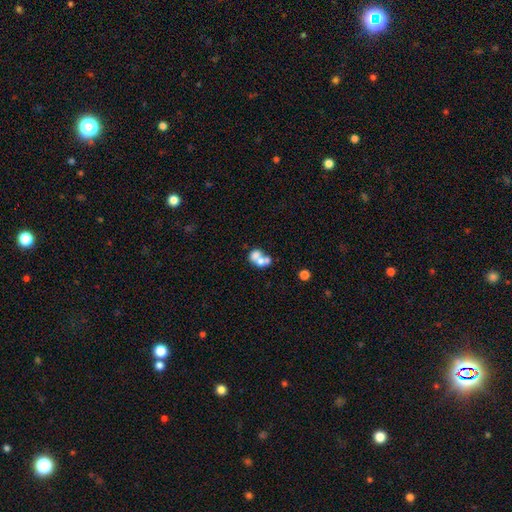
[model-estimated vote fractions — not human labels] The model was most divided on "how rounded": in between: 50%, round: 49%, cigar-shaped: 1%. More confident: merging — merger (67%); smooth or featured — smooth (57%).